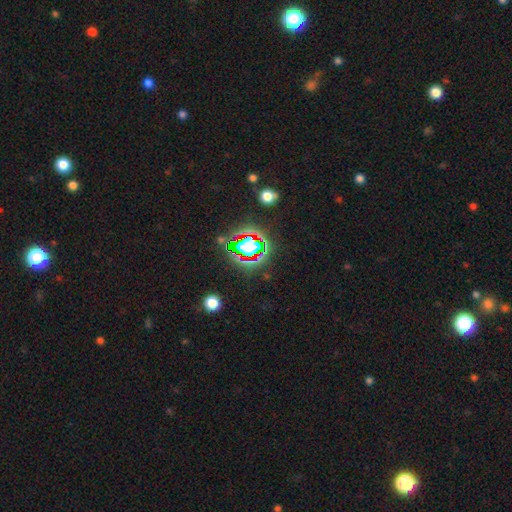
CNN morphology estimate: Overall: star or artifact (79%).